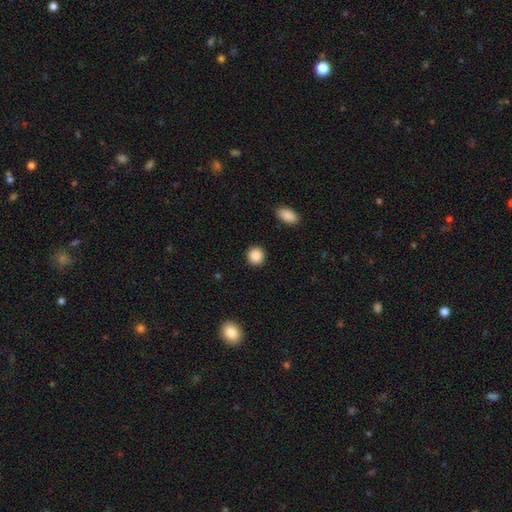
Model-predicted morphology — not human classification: smooth_or_featured: smooth (p=0.88) [alt: star or artifact p=0.08]
how_rounded: round (p=0.90) [alt: in between p=0.09]
merging: none (p=0.92) [alt: minor disturbance p=0.05]